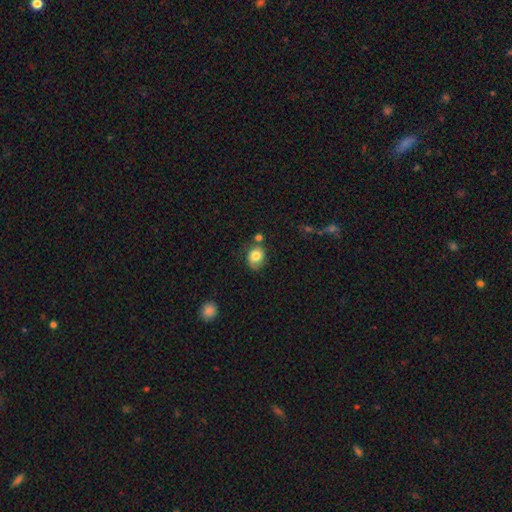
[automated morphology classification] Smooth or featured: smooth — 81% (featured or disk — 10%)
How rounded: round — 51% (in between — 48%)
Merging: none — 61% (minor disturbance — 23%)